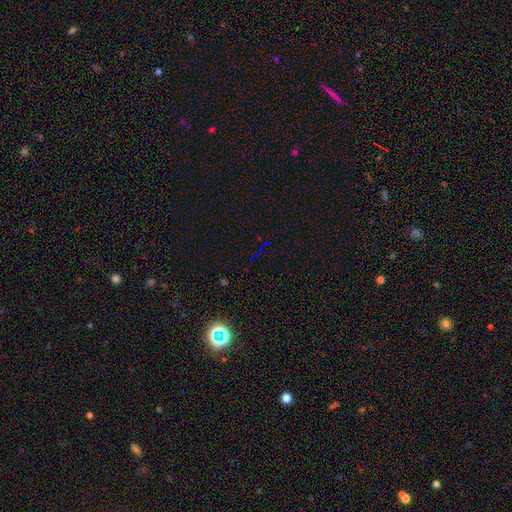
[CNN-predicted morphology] A star or artifact, not a galaxy (76%).

Vote fractions:
- Smooth or featured? star or artifact: 76% / smooth: 14% / featured or disk: 10%